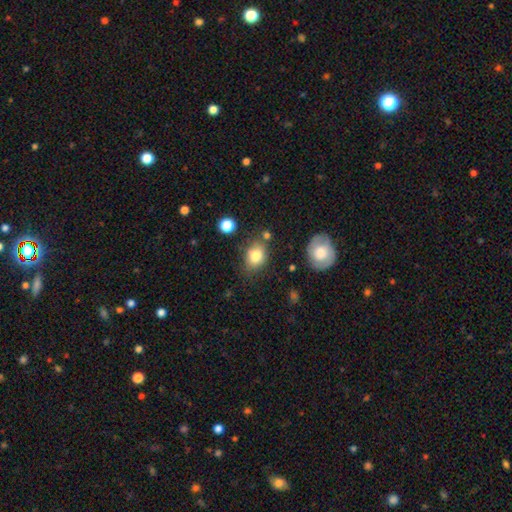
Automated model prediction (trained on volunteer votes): smooth 81%, featured or disk 10%, star or artifact 9%. Down the decision tree: how rounded — in between (61%); merging — none (69%).